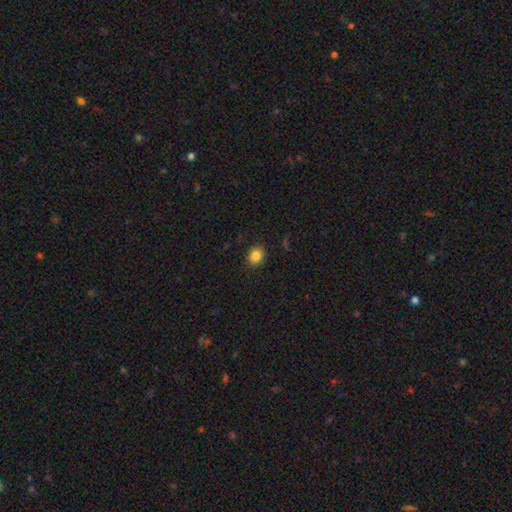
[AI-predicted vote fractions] Q: Smooth or featured?
A: smooth (85%); runner-up: star or artifact (10%)
Q: How rounded?
A: round (63%); runner-up: in between (36%)
Q: Merging?
A: none (89%); runner-up: minor disturbance (8%)